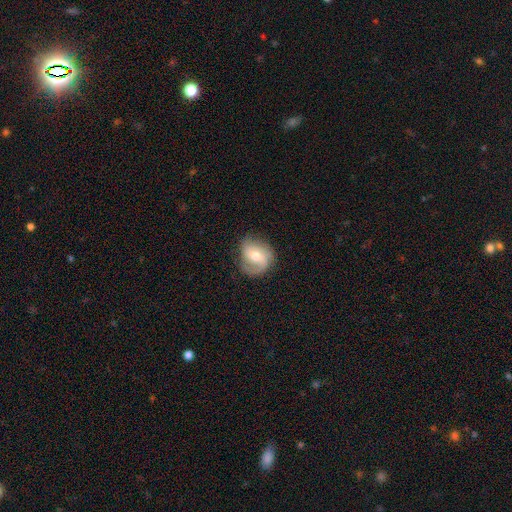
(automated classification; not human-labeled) Smooth or featured? Predicted: featured or disk (p=0.64). Edge-on disk? Predicted: no (p=0.97). Bar? Predicted: no (p=0.51). Spiral arms? Predicted: yes (p=0.87). Spiral winding? Predicted: medium (p=0.42). Spiral arm count? Predicted: 2 (p=0.55). Bulge size? Predicted: moderate (p=0.62). Merging? Predicted: none (p=0.66).